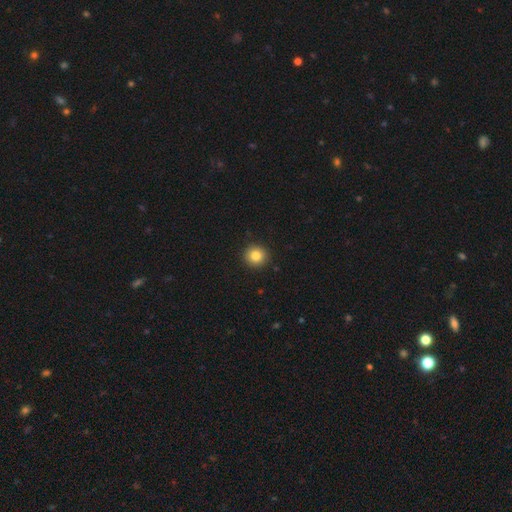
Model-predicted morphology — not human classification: The model was most divided on "smooth or featured": smooth: 83%, star or artifact: 10%, featured or disk: 7%. More confident: how rounded — round (94%); merging — none (93%).